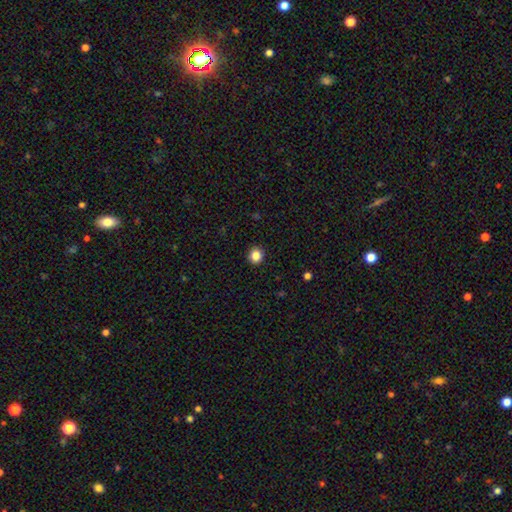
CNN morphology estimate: smooth 85%, star or artifact 11%, featured or disk 4%. Down the decision tree: how rounded — round (87%); merging — none (92%).